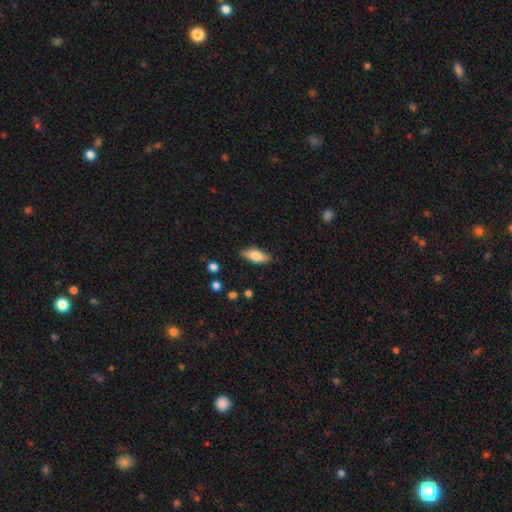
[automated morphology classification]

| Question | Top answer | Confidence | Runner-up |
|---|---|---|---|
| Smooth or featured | smooth | 68% | featured or disk (26%) |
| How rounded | in between | 73% | cigar-shaped (24%) |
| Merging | none | 86% | minor disturbance (11%) |